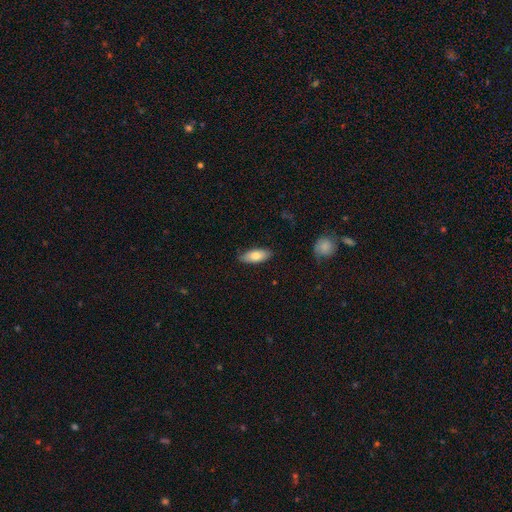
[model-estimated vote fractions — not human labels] Smooth or featured? Predicted: smooth (p=0.77). How rounded? Predicted: in between (p=0.81). Merging? Predicted: none (p=0.84).